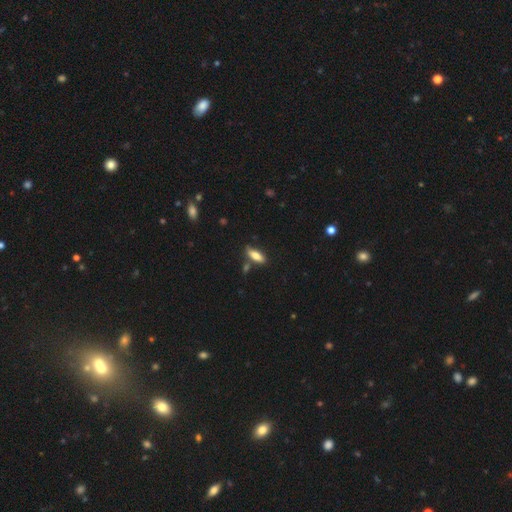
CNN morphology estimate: smooth_or_featured: smooth (p=0.75) [alt: featured or disk p=0.18]
how_rounded: in between (p=0.65) [alt: cigar-shaped p=0.33]
merging: none (p=0.76) [alt: minor disturbance p=0.14]